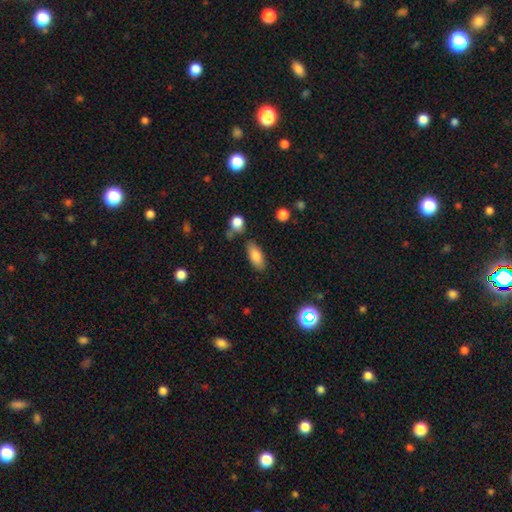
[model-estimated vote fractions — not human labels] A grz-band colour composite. It shows a smooth galaxy with no disk features (83%) that is in between round and cigar-shaped (84%). Merging: none (74%).